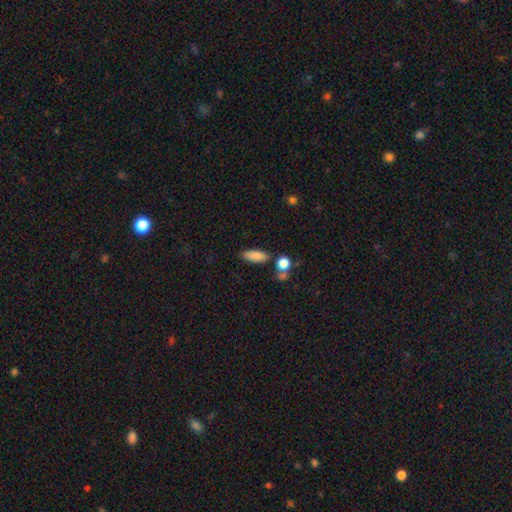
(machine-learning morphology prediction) Q: Smooth or featured?
A: smooth (85%); runner-up: star or artifact (8%)
Q: How rounded?
A: in between (71%); runner-up: cigar-shaped (25%)
Q: Merging?
A: none (72%); runner-up: minor disturbance (13%)